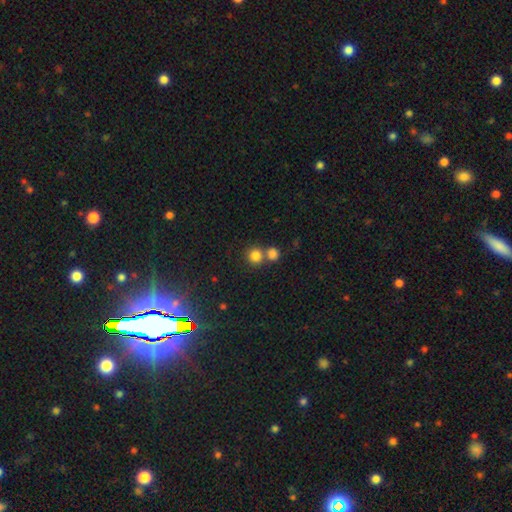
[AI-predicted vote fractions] Smooth or featured? smooth (82%)
How rounded? round (91%)
Merging? none (57%)